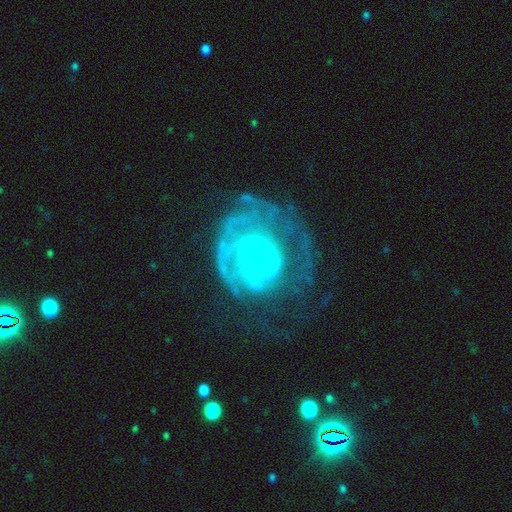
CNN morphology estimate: Q: Smooth or featured?
A: featured or disk (81%); runner-up: smooth (11%)
Q: Edge-on disk?
A: no (97%); runner-up: yes (3%)
Q: Bar?
A: no (73%); runner-up: weak (22%)
Q: Spiral arms?
A: yes (81%); runner-up: no (19%)
Q: Spiral winding?
A: tight (69%); runner-up: medium (22%)
Q: Spiral arm count?
A: can't tell (48%); runner-up: 2 (20%)
Q: Bulge size?
A: small (83%); runner-up: moderate (12%)
Q: Merging?
A: none (44%); runner-up: major disturbance (33%)